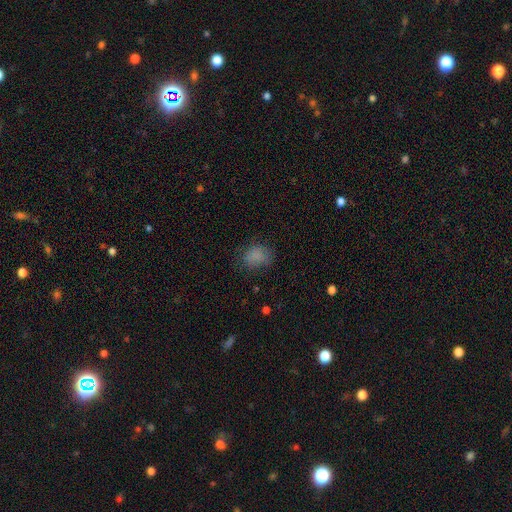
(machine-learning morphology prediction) type=smooth (82%); roundness=in between (56%); merging=none (70%).